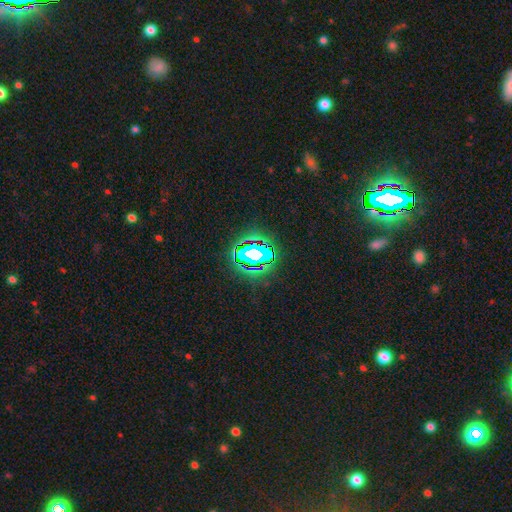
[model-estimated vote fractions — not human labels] A star or artifact, not a galaxy (78%).

Vote fractions:
- Smooth or featured? star or artifact: 78% / smooth: 13% / featured or disk: 9%